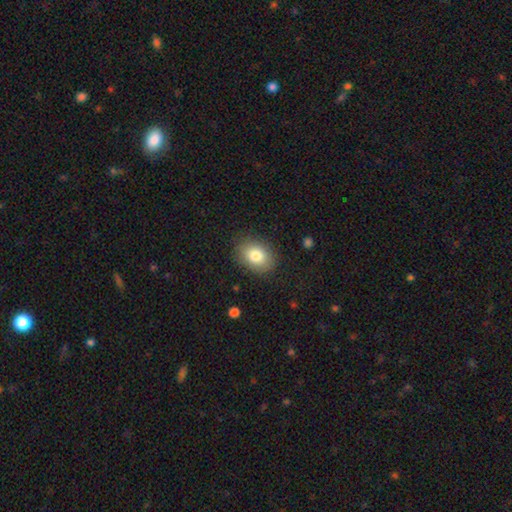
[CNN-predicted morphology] Smooth or featured? smooth (81%)
How rounded? in between (68%)
Merging? none (85%)